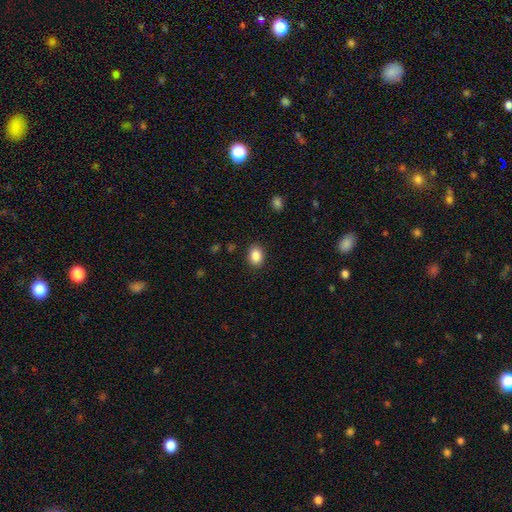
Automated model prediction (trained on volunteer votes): The model was most divided on "how rounded": in between: 66%, round: 33%, cigar-shaped: 1%. More confident: merging — none (89%); smooth or featured — smooth (87%).